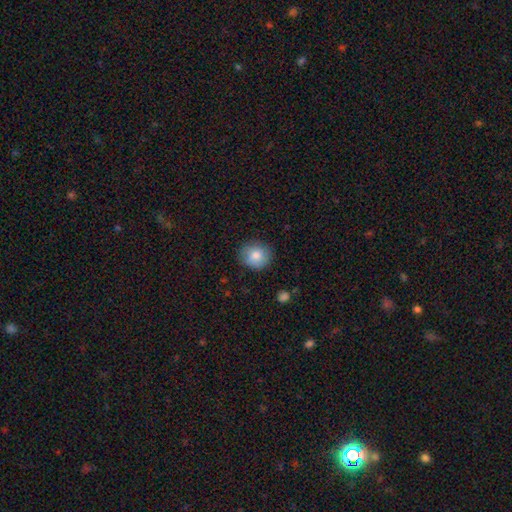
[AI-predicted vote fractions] Smooth or featured? smooth (81%)
How rounded? round (81%)
Merging? none (82%)